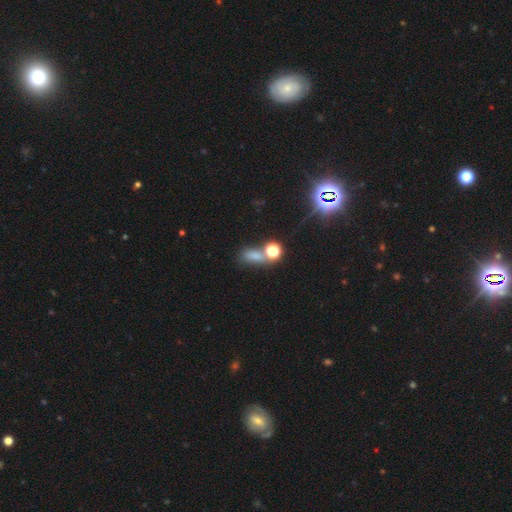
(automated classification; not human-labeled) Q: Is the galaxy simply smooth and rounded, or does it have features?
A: smooth — 63%.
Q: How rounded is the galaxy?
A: in between — 66%.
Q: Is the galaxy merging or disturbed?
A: none — 46%.